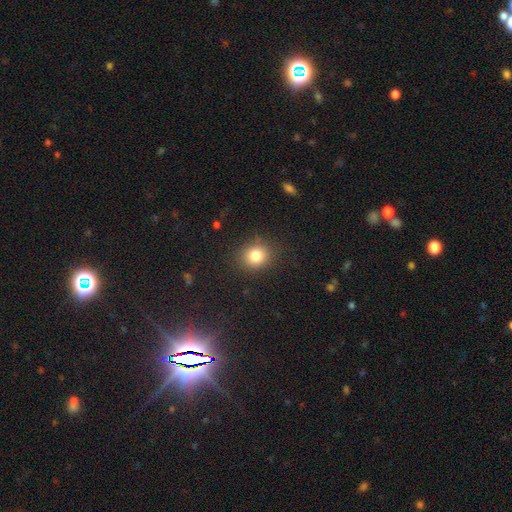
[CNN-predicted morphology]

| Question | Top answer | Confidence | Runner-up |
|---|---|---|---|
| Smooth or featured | smooth | 81% | star or artifact (12%) |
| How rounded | round | 79% | in between (20%) |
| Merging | none | 86% | minor disturbance (9%) |